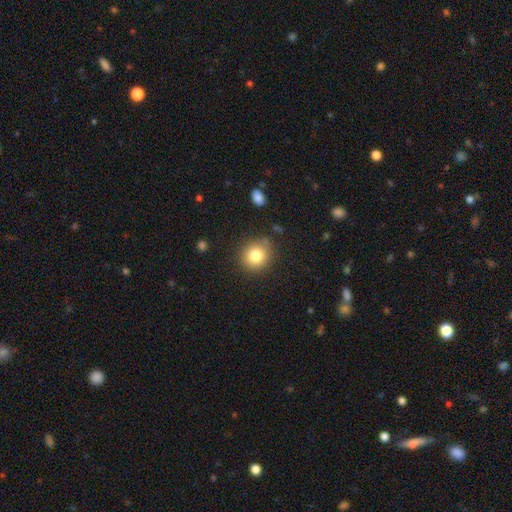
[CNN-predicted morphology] Smooth or featured: smooth — 81% (star or artifact — 11%)
How rounded: round — 81% (in between — 18%)
Merging: none — 82% (minor disturbance — 13%)